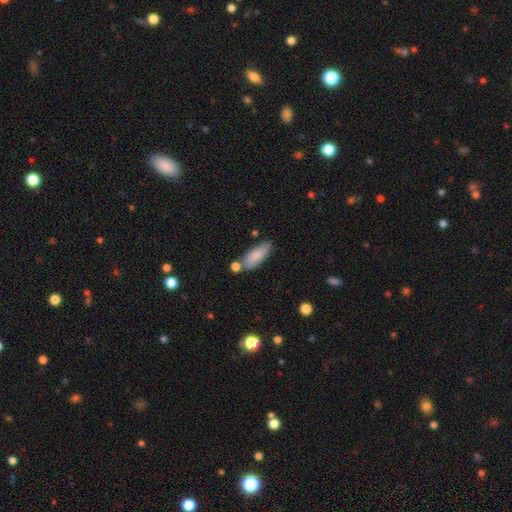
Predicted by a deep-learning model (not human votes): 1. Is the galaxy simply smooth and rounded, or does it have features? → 84% smooth, 10% featured or disk, 6% star or artifact.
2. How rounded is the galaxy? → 73% in between, 25% cigar-shaped, 2% round.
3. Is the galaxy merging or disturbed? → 65% none, 18% minor disturbance, 13% merger, 4% major disturbance.